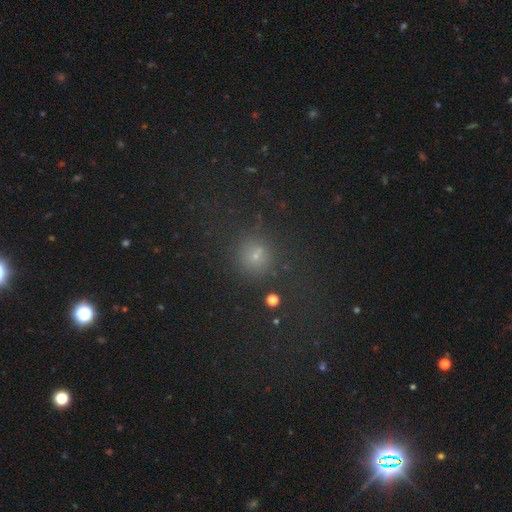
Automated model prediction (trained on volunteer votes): Smooth or featured? Predicted: smooth (p=0.65). How rounded? Predicted: round (p=0.91). Merging? Predicted: none (p=0.80).